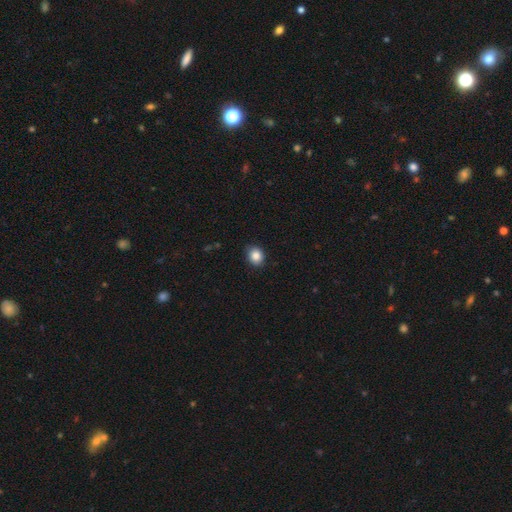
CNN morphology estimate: Smooth or featured? Predicted: smooth (p=0.86). How rounded? Predicted: round (p=0.61). Merging? Predicted: none (p=0.87).